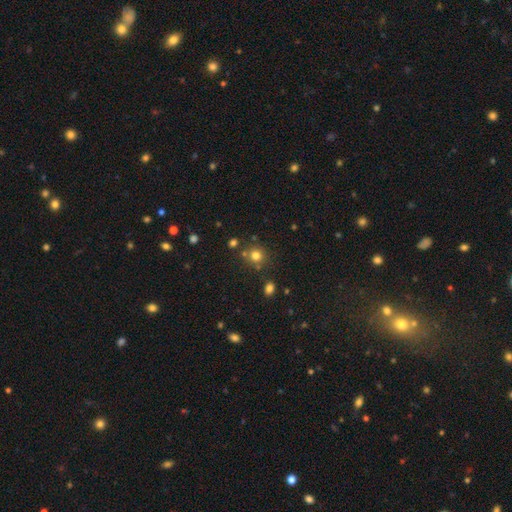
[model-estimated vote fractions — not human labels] Smooth or featured? smooth (77%)
How rounded? round (89%)
Merging? none (75%)